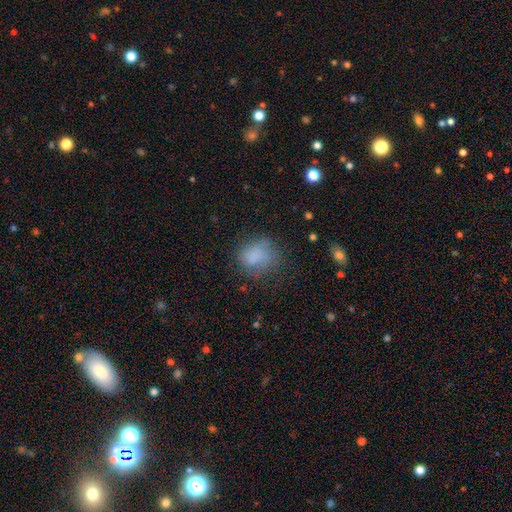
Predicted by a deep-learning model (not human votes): Smooth or featured? Predicted: smooth (p=0.75). How rounded? Predicted: round (p=0.61). Merging? Predicted: none (p=0.53).